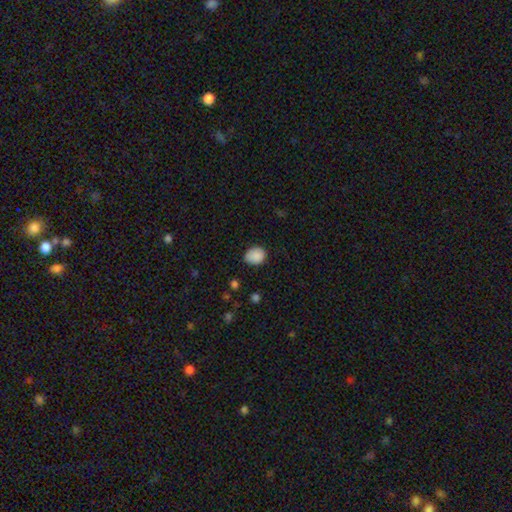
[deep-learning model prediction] Smooth or featured? Predicted: smooth (p=0.88). How rounded? Predicted: round (p=0.52). Merging? Predicted: none (p=0.76).